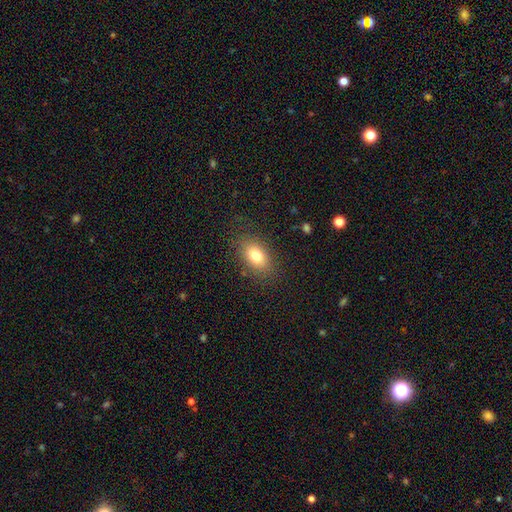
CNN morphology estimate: Overall: smooth (79%). How rounded: in between (85%). Merging: none (83%).